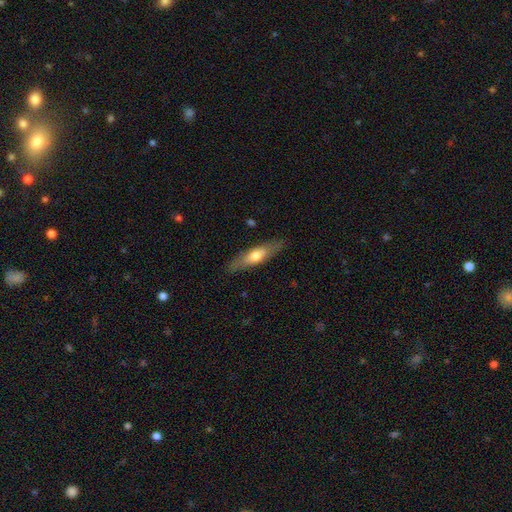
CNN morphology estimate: The model was most divided on "smooth or featured": smooth: 54%, featured or disk: 40%, star or artifact: 5%. More confident: merging — none (85%); how rounded — cigar-shaped (64%).